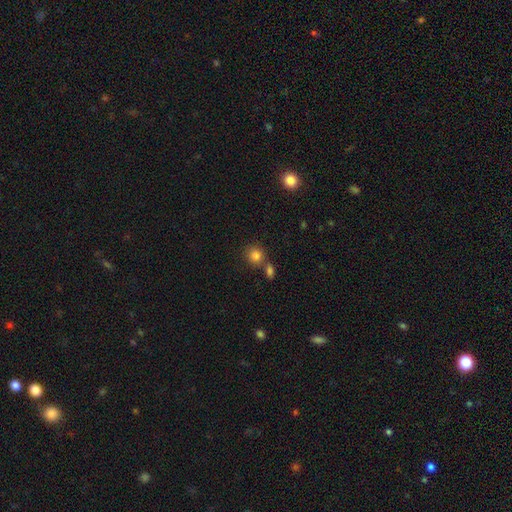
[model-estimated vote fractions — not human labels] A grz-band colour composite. It shows a smooth galaxy with no disk features (83%) that is round (86%). Merging: none (64%).